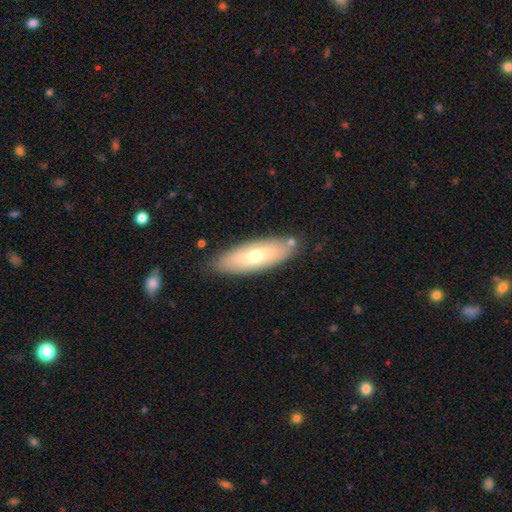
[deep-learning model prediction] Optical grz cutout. It shows a smooth galaxy with no disk features (48%). Merging: none (84%).